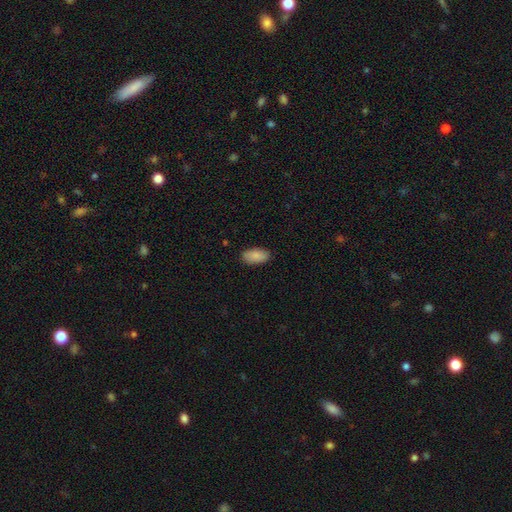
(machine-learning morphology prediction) smooth-or-featured: smooth: 88% | star or artifact: 7% | featured or disk: 6%
  how-rounded: in between: 94% | cigar-shaped: 4% | round: 3%
  merging: none: 87% | minor disturbance: 10% | major disturbance: 2% | merger: 1%